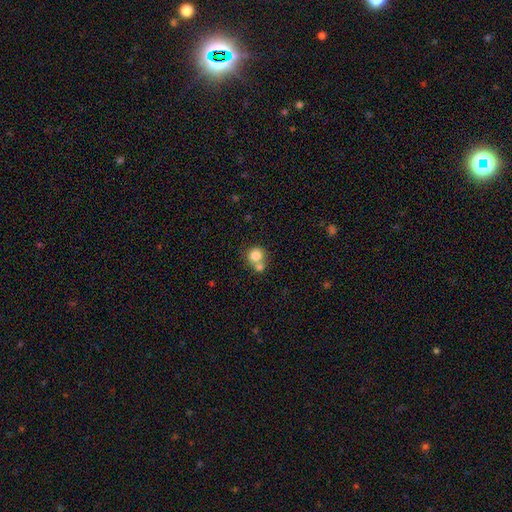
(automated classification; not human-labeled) smooth_or_featured: smooth (p=0.80) [alt: featured or disk p=0.11]
how_rounded: round (p=0.87) [alt: in between p=0.12]
merging: merger (p=0.45) [alt: none p=0.44]